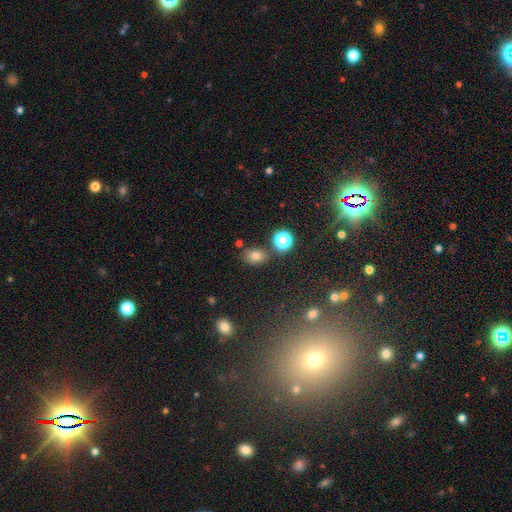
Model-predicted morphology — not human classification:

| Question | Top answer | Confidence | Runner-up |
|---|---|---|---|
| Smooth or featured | smooth | 75% | star or artifact (16%) |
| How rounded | in between | 69% | round (30%) |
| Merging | none | 77% | minor disturbance (12%) |